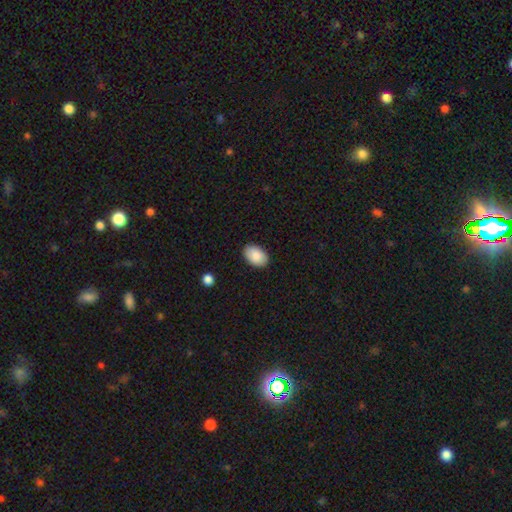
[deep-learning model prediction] Q: Smooth or featured?
A: smooth (89%); runner-up: star or artifact (6%)
Q: How rounded?
A: in between (90%); runner-up: round (9%)
Q: Merging?
A: none (88%); runner-up: minor disturbance (9%)